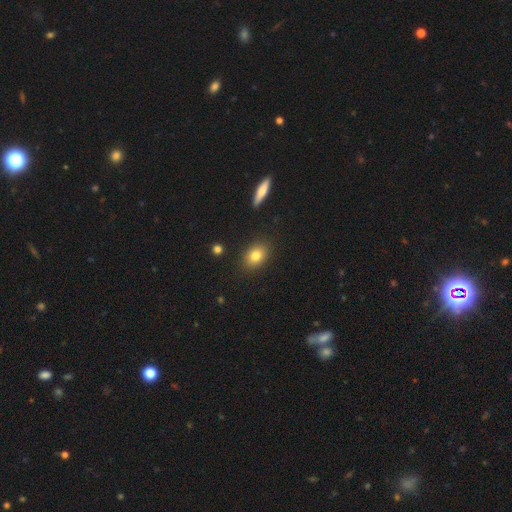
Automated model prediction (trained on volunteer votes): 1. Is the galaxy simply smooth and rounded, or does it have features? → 81% smooth, 10% featured or disk, 9% star or artifact.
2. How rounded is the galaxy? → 69% in between, 29% round, 2% cigar-shaped.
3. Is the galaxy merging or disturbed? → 87% none, 9% minor disturbance, 3% major disturbance, 2% merger.